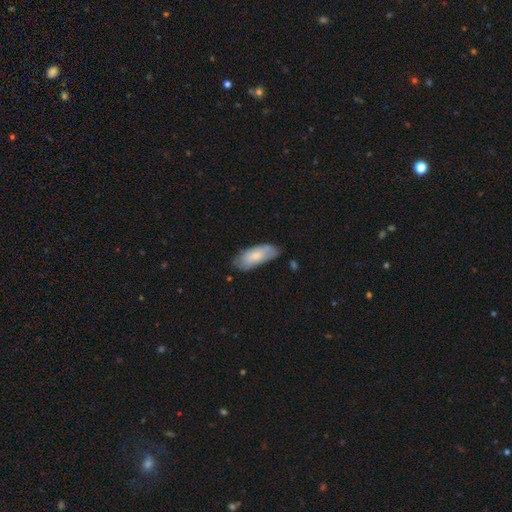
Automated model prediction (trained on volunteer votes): The model was most divided on "merging": none: 59%, minor disturbance: 31%, major disturbance: 7%, merger: 3%. More confident: how rounded — in between (83%); smooth or featured — smooth (69%).